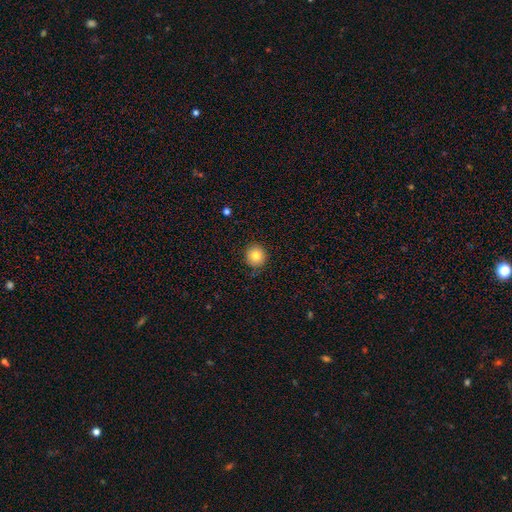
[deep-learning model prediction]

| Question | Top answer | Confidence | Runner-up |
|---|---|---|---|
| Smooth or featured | smooth | 82% | star or artifact (10%) |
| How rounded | round | 92% | in between (7%) |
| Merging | none | 85% | minor disturbance (11%) |